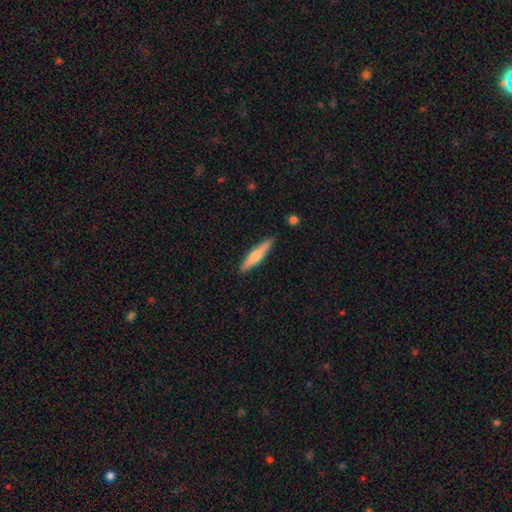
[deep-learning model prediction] smooth_or_featured: smooth (p=0.61) [alt: featured or disk p=0.34]
how_rounded: cigar-shaped (p=0.89) [alt: in between p=0.10]
merging: none (p=0.89) [alt: minor disturbance p=0.08]